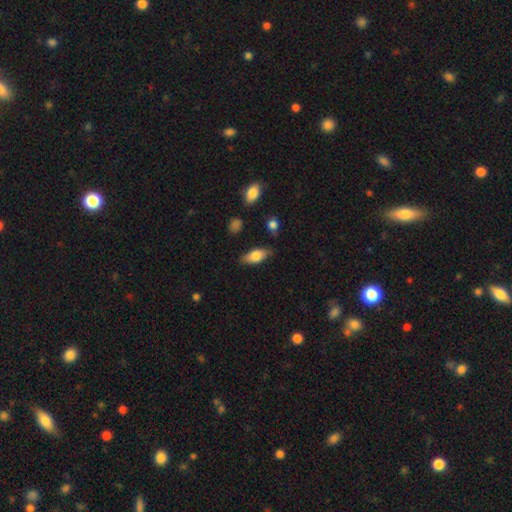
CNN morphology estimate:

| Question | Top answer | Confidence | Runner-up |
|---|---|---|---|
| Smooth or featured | smooth | 76% | featured or disk (18%) |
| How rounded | in between | 83% | cigar-shaped (13%) |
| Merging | none | 78% | minor disturbance (16%) |